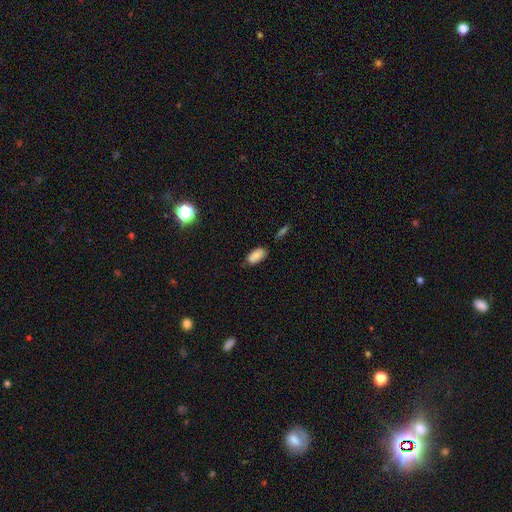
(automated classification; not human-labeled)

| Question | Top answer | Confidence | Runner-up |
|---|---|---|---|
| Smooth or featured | smooth | 86% | star or artifact (9%) |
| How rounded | in between | 92% | cigar-shaped (5%) |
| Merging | none | 77% | minor disturbance (17%) |